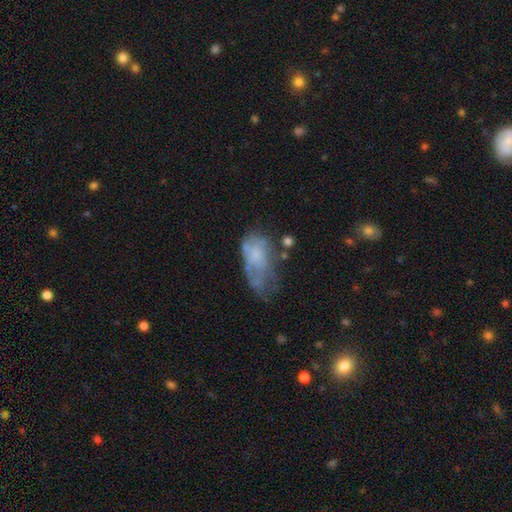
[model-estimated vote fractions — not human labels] smooth_or_featured: smooth (p=0.47) [alt: featured or disk p=0.41]
merging: major disturbance (p=0.34) [alt: minor disturbance p=0.28]